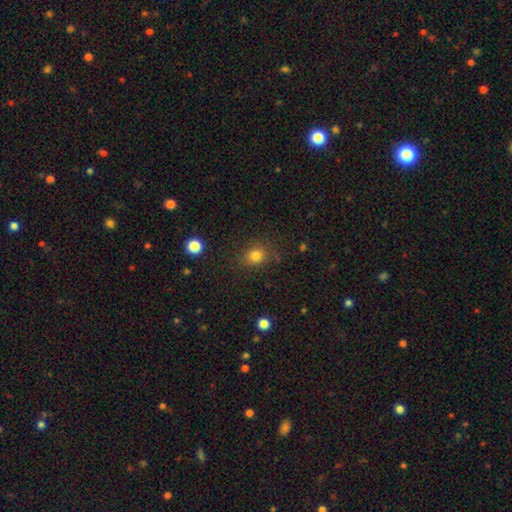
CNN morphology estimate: Q: Smooth or featured?
A: smooth (81%); runner-up: star or artifact (13%)
Q: How rounded?
A: round (73%); runner-up: in between (26%)
Q: Merging?
A: none (81%); runner-up: minor disturbance (12%)